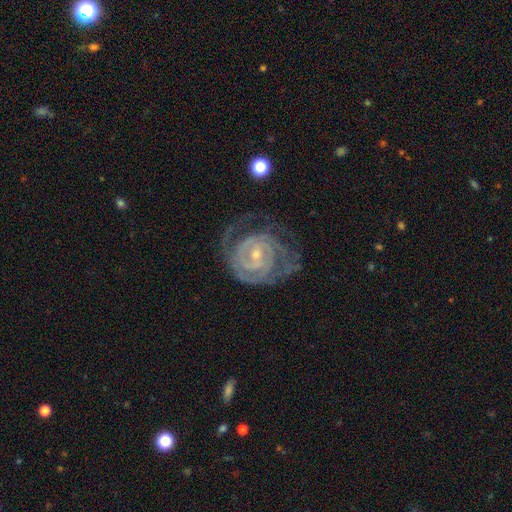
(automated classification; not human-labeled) featured or disk 90%, smooth 5%, star or artifact 5%. Down the decision tree: edge-on disk — no (97%); bar — no (43%); spiral arms — yes (98%); spiral arm count — 2 (46%); spiral winding — tight (78%); bulge size — small (72%); merging — none (62%).